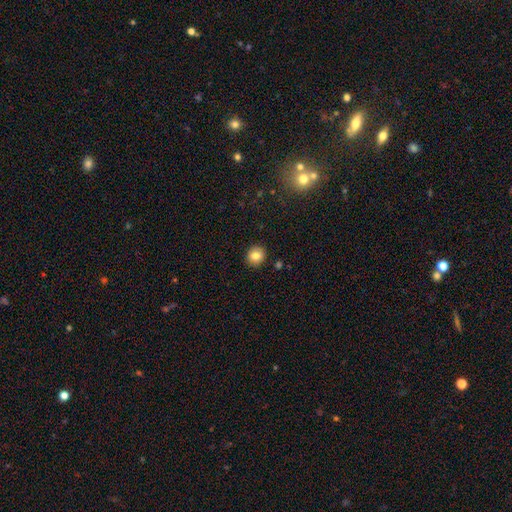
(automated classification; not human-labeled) A smooth galaxy with no disk features (83%) that is round (88%).

Vote fractions:
- Smooth or featured? smooth: 83% / star or artifact: 10% / featured or disk: 7%
- How rounded? round: 88% / in between: 11% / cigar-shaped: 1%
- Merging? none: 91% / minor disturbance: 6% / major disturbance: 2% / merger: 1%